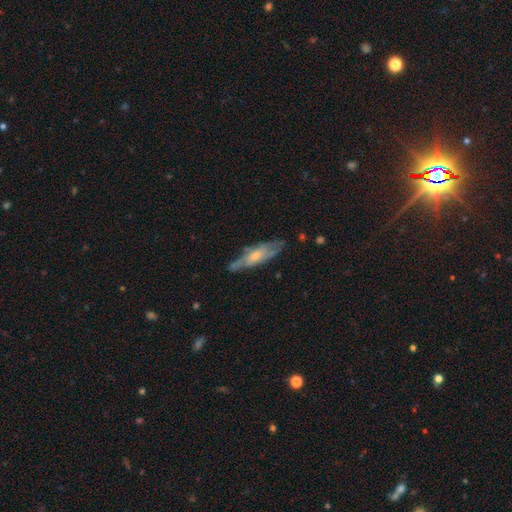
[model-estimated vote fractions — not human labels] A featured or disk galaxy (58%).

Vote fractions:
- Smooth or featured? featured or disk: 58% / smooth: 35% / star or artifact: 6%
- Edge-on disk? no: 57% / yes: 43%
- Merging? none: 62% / minor disturbance: 26% / major disturbance: 9% / merger: 3%